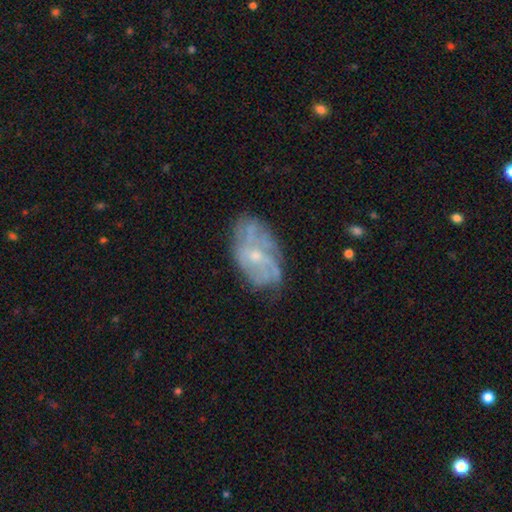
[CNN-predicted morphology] This is likely a featured or disk galaxy (73%). It is clearly not viewed edge-on (96%). Bar: likely no (73%). Spiral arm pattern: likely yes (78%). Spiral arm count: possibly can't tell (49%). Spiral winding: marginally tight (42%). Central bulge: likely small (65%). Merging: likely none (63%).